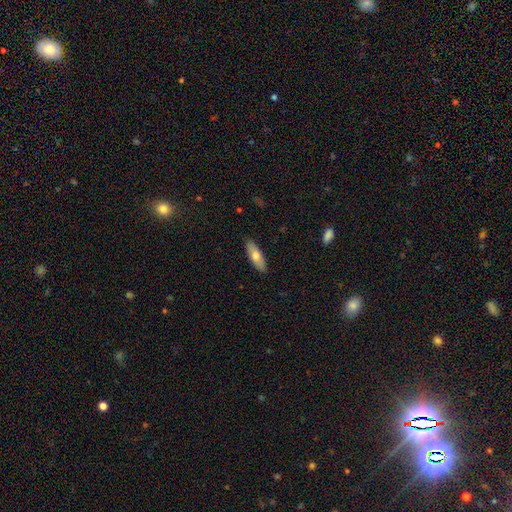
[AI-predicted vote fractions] Overall: smooth (69%). How rounded: in between (57%; cigar-shaped 41%). Merging: none (89%).